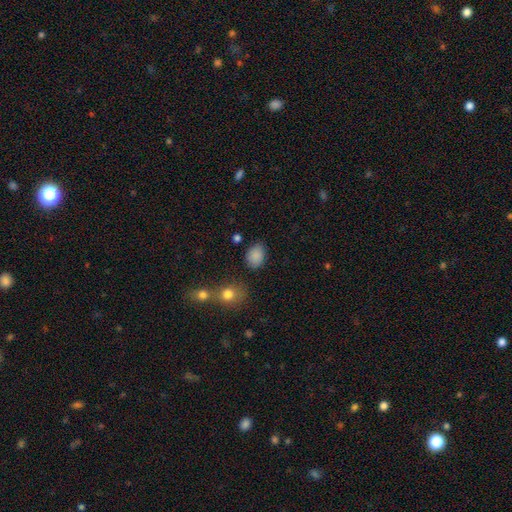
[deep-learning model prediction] Smooth or featured?
  - smooth: 86% *
  - star or artifact: 9%
  - featured or disk: 4%
How rounded?
  - in between: 75% *
  - round: 23%
  - cigar-shaped: 1%
Merging?
  - none: 77% *
  - minor disturbance: 14%
  - merger: 5%
  - major disturbance: 4%